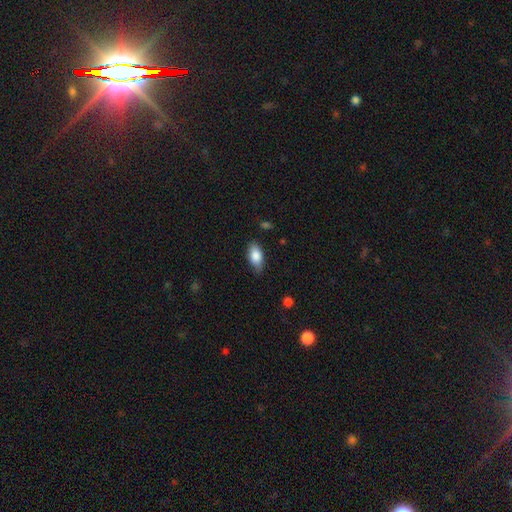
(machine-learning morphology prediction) This appears to be a smooth galaxy with no disk features (84%) that is in between round and cigar-shaped (91%). Merging: none (75%).